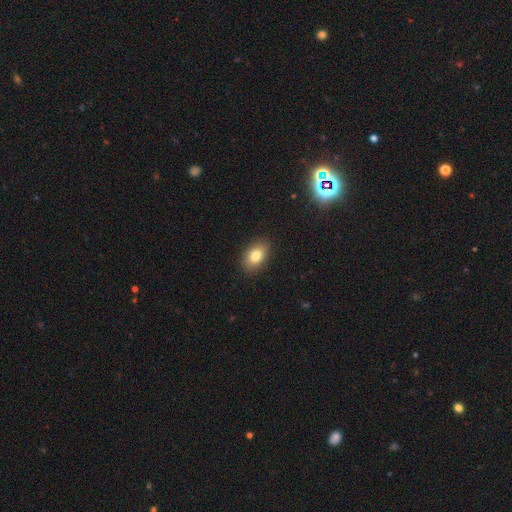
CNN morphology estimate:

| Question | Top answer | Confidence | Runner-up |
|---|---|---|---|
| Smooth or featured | smooth | 80% | featured or disk (10%) |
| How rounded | in between | 86% | round (13%) |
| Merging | none | 88% | minor disturbance (9%) |